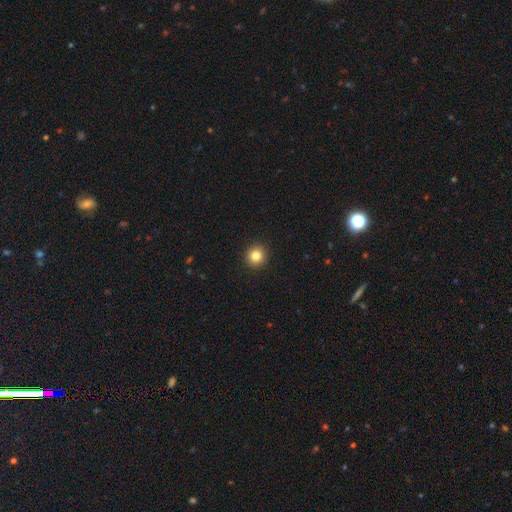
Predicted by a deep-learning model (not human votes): Smooth or featured?
  - smooth: 83% *
  - star or artifact: 11%
  - featured or disk: 6%
How rounded?
  - round: 94% *
  - in between: 5%
  - cigar-shaped: 1%
Merging?
  - none: 93% *
  - minor disturbance: 4%
  - major disturbance: 1%
  - merger: 1%